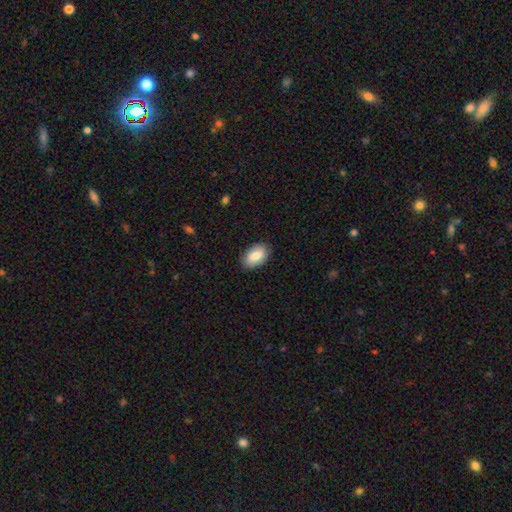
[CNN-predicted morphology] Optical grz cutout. It shows a smooth galaxy with no disk features (80%) that is in between round and cigar-shaped (93%). Merging: none (87%).